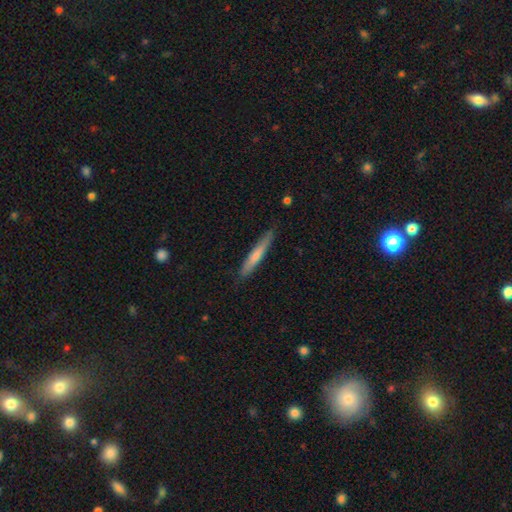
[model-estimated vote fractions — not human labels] Smooth or featured: smooth — 66% (featured or disk — 28%)
How rounded: cigar-shaped — 94% (in between — 5%)
Merging: none — 83% (minor disturbance — 13%)